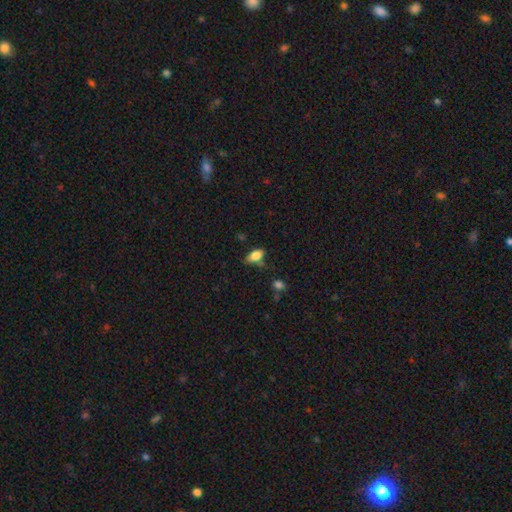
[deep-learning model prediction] smooth 80%, featured or disk 11%, star or artifact 9%. Down the decision tree: how rounded — in between (88%); merging — none (57%).